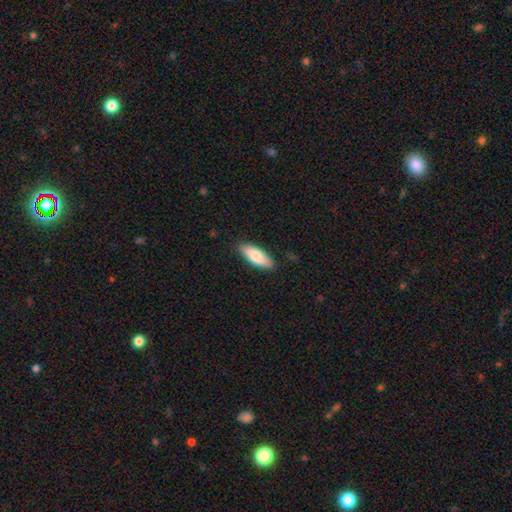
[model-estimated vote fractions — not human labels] A smooth galaxy with no disk features (79%) that is in between round and cigar-shaped (69%).

Vote fractions:
- Smooth or featured? smooth: 79% / featured or disk: 15% / star or artifact: 6%
- How rounded? in between: 69% / cigar-shaped: 29% / round: 2%
- Merging? none: 87% / minor disturbance: 10% / major disturbance: 2% / merger: 1%